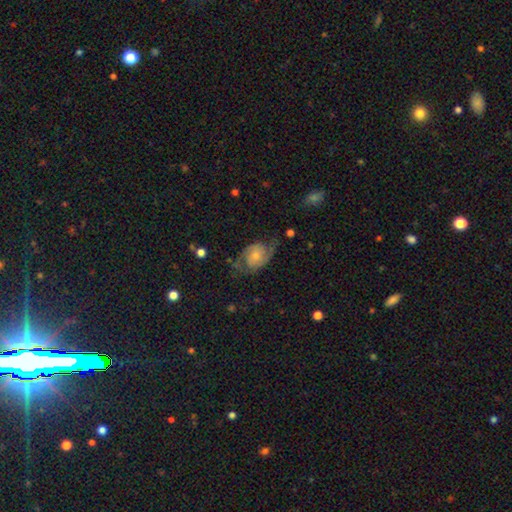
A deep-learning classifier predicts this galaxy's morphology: type=featured or disk (74%); edge-on=no (97%); bar=no (71%); spiral arms=yes (92%); winding=medium (46%); arm count=2 (88%); bulge=small (50%); merging=none (59%).